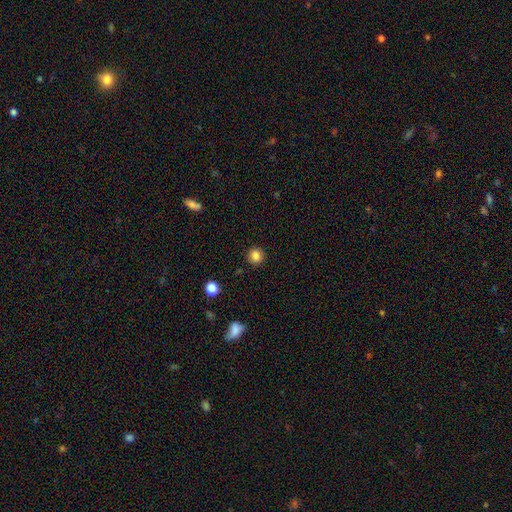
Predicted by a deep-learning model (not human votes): smooth-or-featured: smooth: 84% | star or artifact: 12% | featured or disk: 4%
  how-rounded: round: 91% | in between: 8% | cigar-shaped: 1%
  merging: none: 90% | minor disturbance: 6% | major disturbance: 2% | merger: 1%